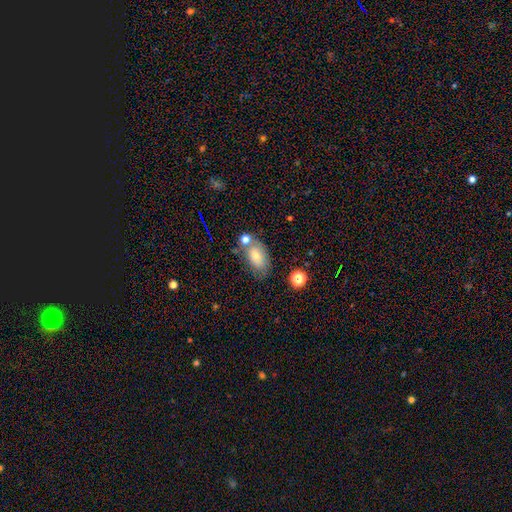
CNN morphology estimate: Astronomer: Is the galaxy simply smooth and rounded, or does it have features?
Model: smooth — 68%.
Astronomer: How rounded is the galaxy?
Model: in between — 89%.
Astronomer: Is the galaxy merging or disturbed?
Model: none — 62%.